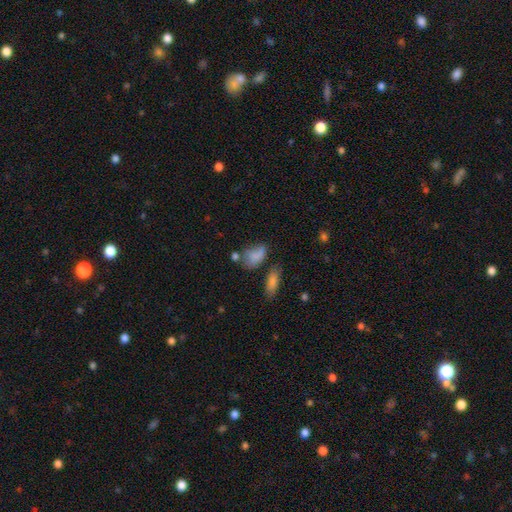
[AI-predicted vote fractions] Smooth or featured?
  - smooth: 76% *
  - featured or disk: 13%
  - star or artifact: 11%
How rounded?
  - in between: 82% *
  - round: 14%
  - cigar-shaped: 4%
Merging?
  - none: 39% *
  - minor disturbance: 26%
  - major disturbance: 17%
  - merger: 17%